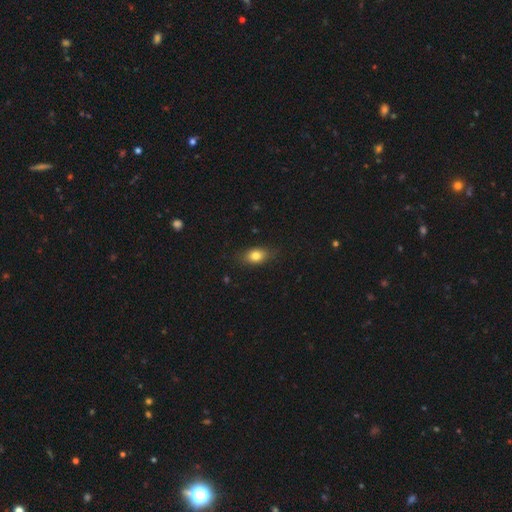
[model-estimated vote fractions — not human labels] Smooth or featured? smooth (80%)
How rounded? in between (78%)
Merging? none (80%)